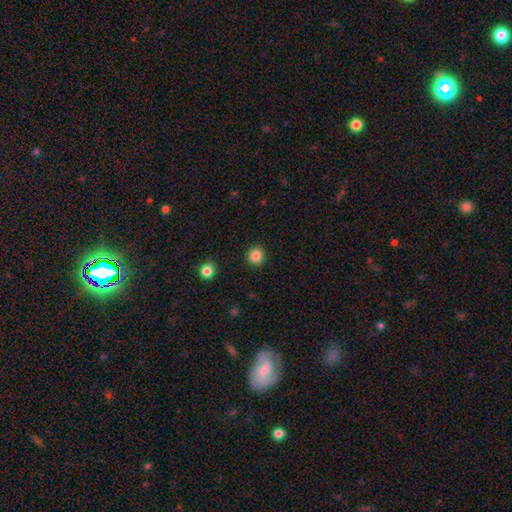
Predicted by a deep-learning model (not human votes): A smooth galaxy with no disk features (86%) that is round (90%).

Vote fractions:
- Smooth or featured? smooth: 86% / star or artifact: 11% / featured or disk: 4%
- How rounded? round: 90% / in between: 9% / cigar-shaped: 1%
- Merging? none: 92% / minor disturbance: 5% / major disturbance: 2% / merger: 1%